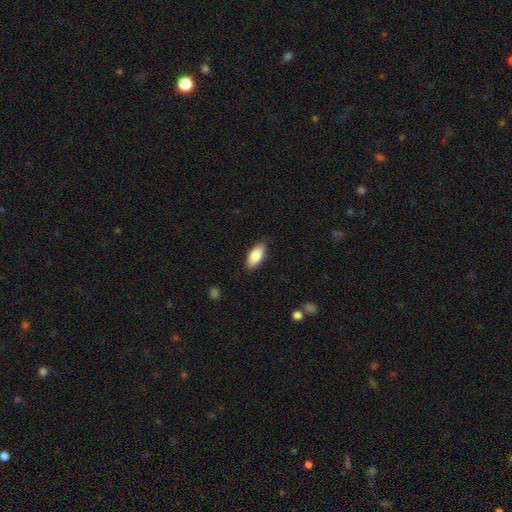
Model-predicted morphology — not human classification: smooth_or_featured: smooth (p=0.83) [alt: featured or disk p=0.11]
how_rounded: in between (p=0.86) [alt: cigar-shaped p=0.11]
merging: none (p=0.85) [alt: minor disturbance p=0.12]